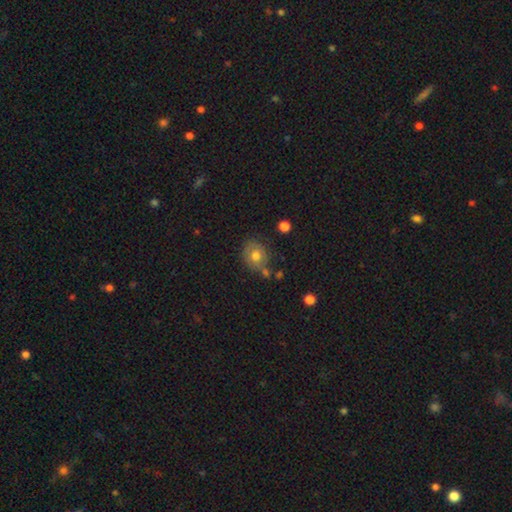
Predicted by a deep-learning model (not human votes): This appears to be a smooth galaxy with no disk features (66%) that is round (66%). Merging: none (61%).